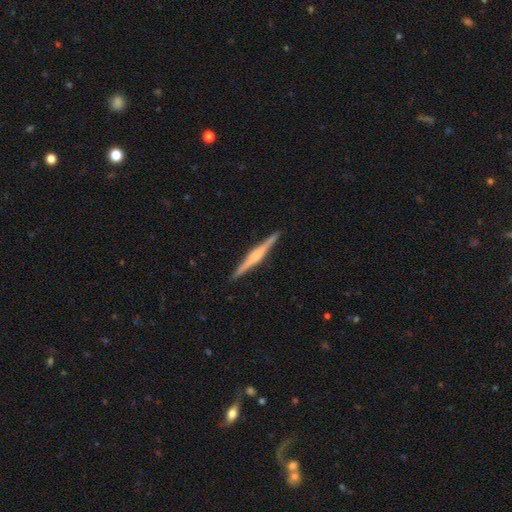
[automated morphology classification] This is likely a featured or disk galaxy (77%). It is clearly viewed edge-on (99%). Edge-on bulge: likely rounded (65%). Merging: clearly none (93%).